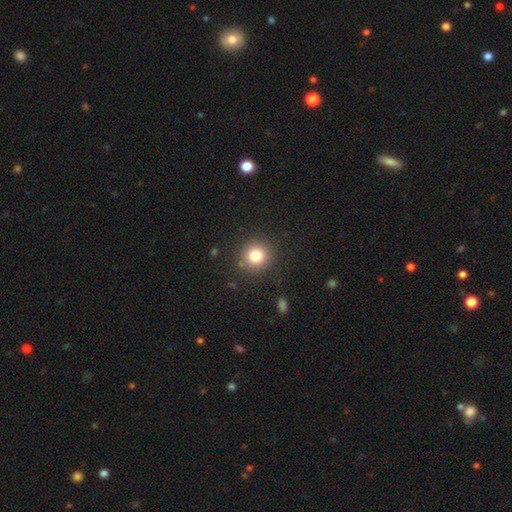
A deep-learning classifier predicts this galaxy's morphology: This is likely a smooth galaxy (80%). How rounded: clearly round (91%). Merging: clearly none (88%).